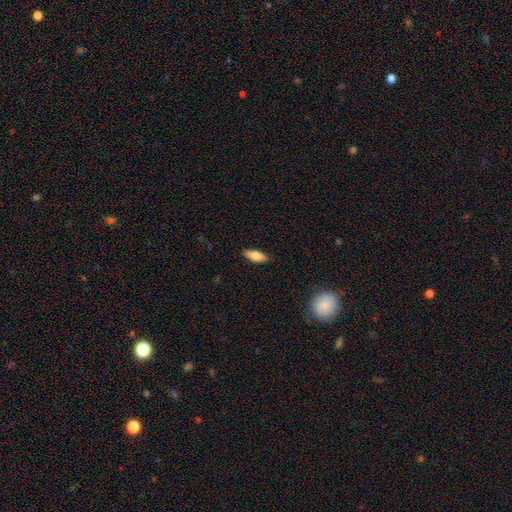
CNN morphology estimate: smooth-or-featured: smooth: 67% | featured or disk: 27% | star or artifact: 6%
  how-rounded: in between: 64% | cigar-shaped: 33% | round: 3%
  merging: none: 87% | minor disturbance: 10% | major disturbance: 2% | merger: 1%